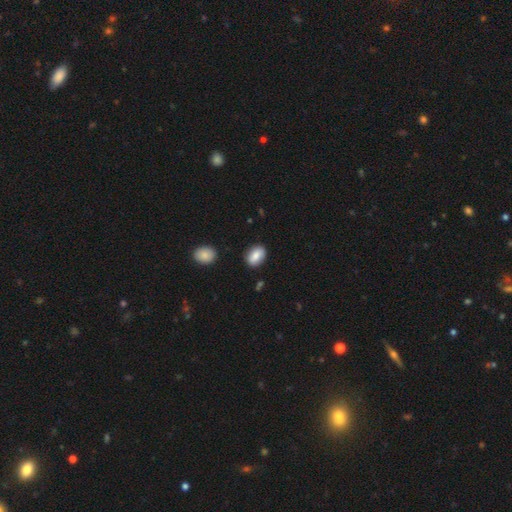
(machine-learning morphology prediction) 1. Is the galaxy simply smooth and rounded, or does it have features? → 82% smooth, 11% featured or disk, 7% star or artifact.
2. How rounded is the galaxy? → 81% in between, 17% round, 2% cigar-shaped.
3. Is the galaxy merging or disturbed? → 85% none, 10% minor disturbance, 2% major disturbance, 2% merger.